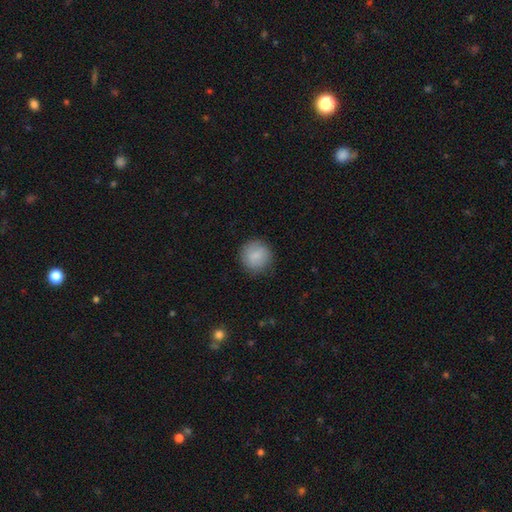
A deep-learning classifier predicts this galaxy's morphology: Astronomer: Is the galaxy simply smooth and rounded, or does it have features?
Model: smooth — 87%.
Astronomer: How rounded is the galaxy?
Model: round — 93%.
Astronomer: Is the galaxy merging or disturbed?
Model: none — 87%.